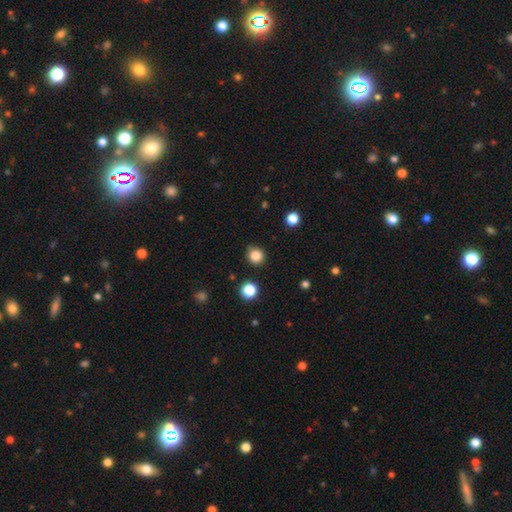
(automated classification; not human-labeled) A smooth galaxy with no disk features (84%) that is round (89%). Merging: none (85%).